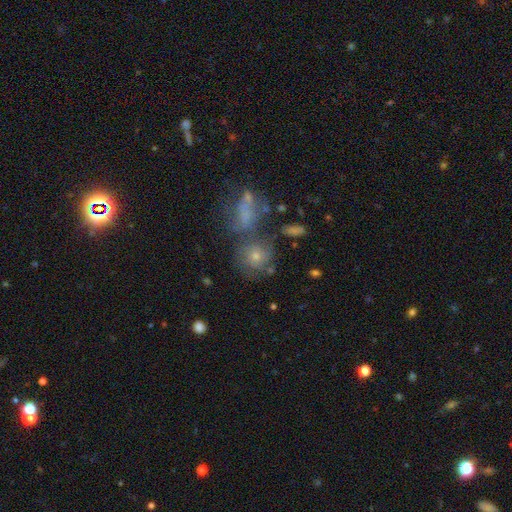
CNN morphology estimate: Smooth or featured? smooth (50%)
Merging? none (53%)